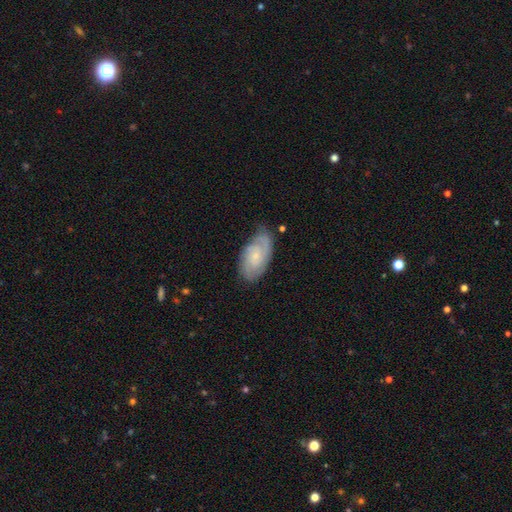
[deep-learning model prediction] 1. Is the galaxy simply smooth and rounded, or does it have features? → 74% featured or disk, 20% smooth, 6% star or artifact.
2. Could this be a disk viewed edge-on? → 96% no, 4% yes.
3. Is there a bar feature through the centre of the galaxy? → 71% no, 26% weak, 4% strong.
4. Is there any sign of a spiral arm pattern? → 94% yes, 6% no.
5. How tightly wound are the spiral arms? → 59% tight, 32% medium, 9% loose.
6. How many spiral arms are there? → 47% 2, 26% can't tell, 16% 3, 5% 1, 4% 4, 3% more than 4.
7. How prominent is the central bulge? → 72% small, 18% moderate, 8% none, 1% large, 1% dominant.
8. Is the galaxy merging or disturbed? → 70% none, 22% minor disturbance, 6% major disturbance, 2% merger.